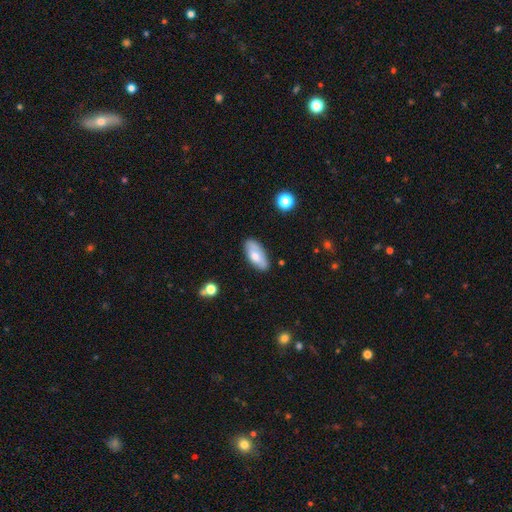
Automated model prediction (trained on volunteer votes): A smooth galaxy with no disk features (71%) that is in between round and cigar-shaped (89%). Merging: none (79%).